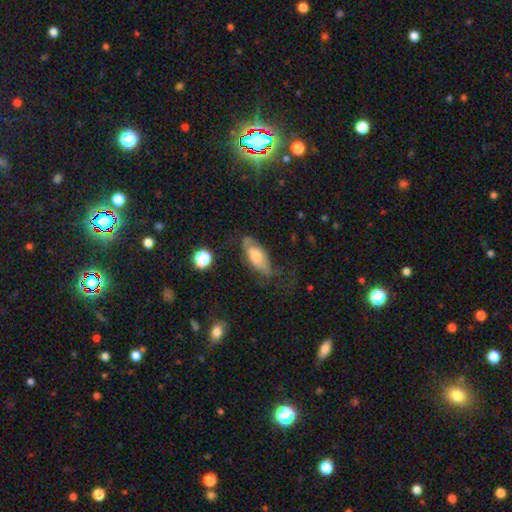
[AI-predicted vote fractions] Smooth or featured?
  - smooth: 48% *
  - featured or disk: 43%
  - star or artifact: 9%
Merging?
  - none: 45% *
  - minor disturbance: 28%
  - major disturbance: 24%
  - merger: 3%